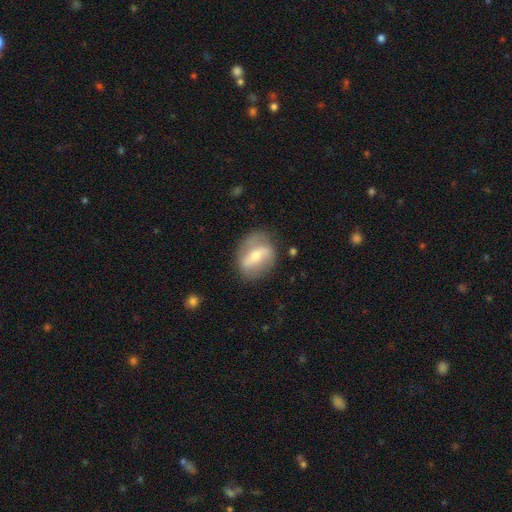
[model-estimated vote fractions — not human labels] featured or disk 62%, smooth 31%, star or artifact 7%. Down the decision tree: edge-on disk — no (88%); bar — strong (55%); spiral arms — yes (59%); bulge size — moderate (55%); merging — none (74%).